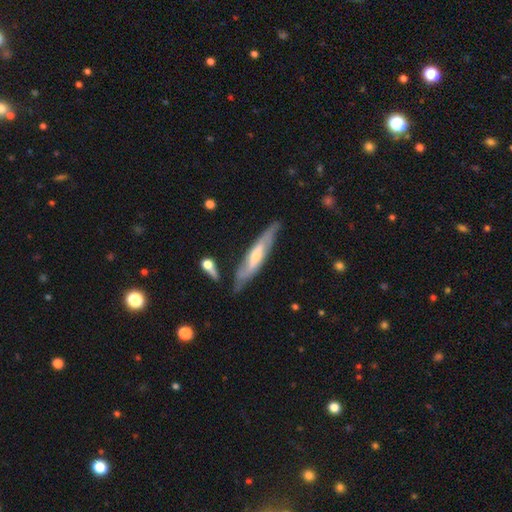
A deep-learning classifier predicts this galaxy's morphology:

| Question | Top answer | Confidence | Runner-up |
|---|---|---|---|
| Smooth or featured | featured or disk | 69% | smooth (25%) |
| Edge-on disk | yes | 60% | no (40%) |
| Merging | none | 76% | minor disturbance (17%) |